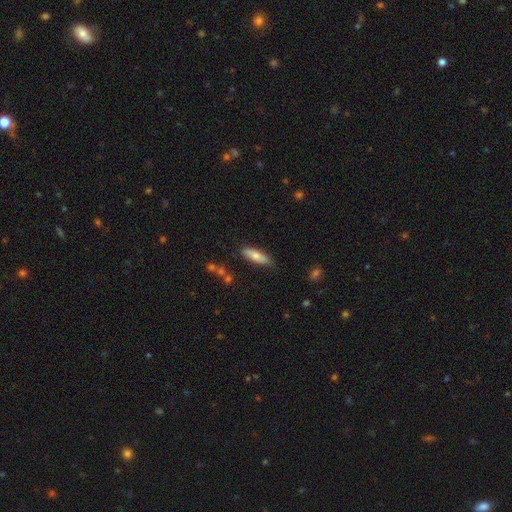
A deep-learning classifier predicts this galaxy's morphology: smooth-or-featured: smooth: 71% | featured or disk: 23% | star or artifact: 6%
  how-rounded: in between: 53% | cigar-shaped: 45% | round: 2%
  merging: none: 81% | minor disturbance: 14% | major disturbance: 3% | merger: 2%